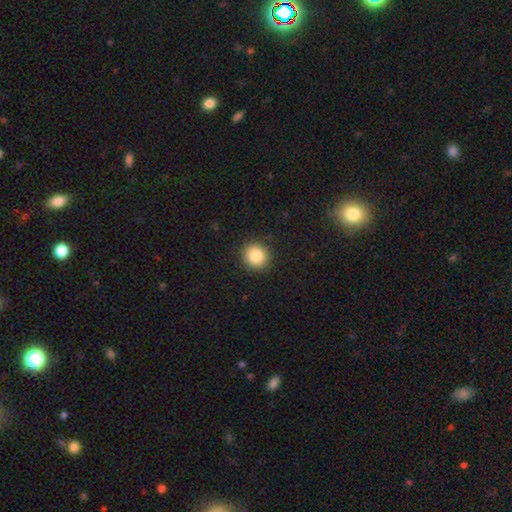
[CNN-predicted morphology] Smooth or featured: smooth — 86% (star or artifact — 9%)
How rounded: round — 90% (in between — 9%)
Merging: none — 91% (minor disturbance — 6%)